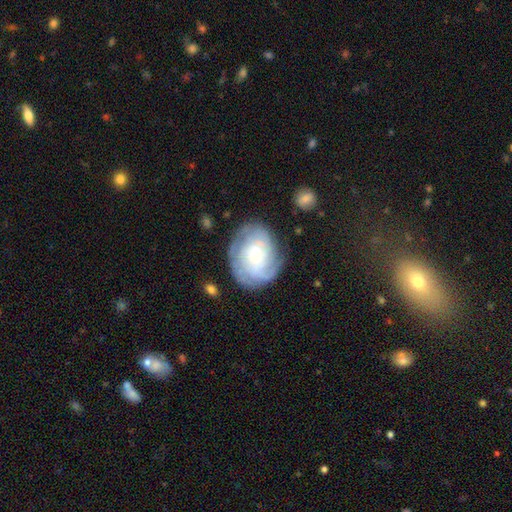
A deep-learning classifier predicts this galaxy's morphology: Overall: featured or disk (75%). Edge-on disk: no (97%). Bar: no (66%; weak 29%). Spiral arms: yes (90%). Spiral arm count: can't tell (46%; 2 16%). Spiral winding: tight (68%). Bulge size: small (57%; moderate 38%). Merging: none (74%).